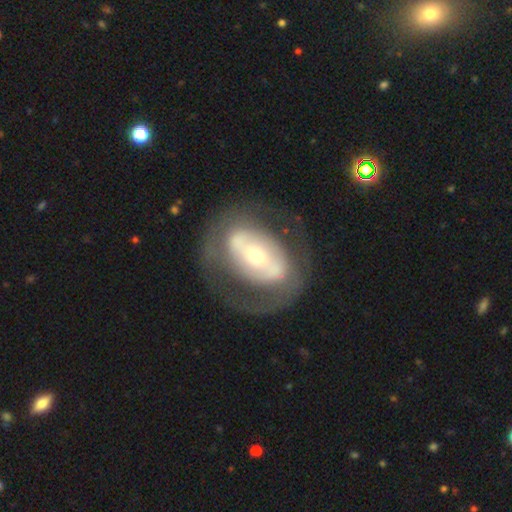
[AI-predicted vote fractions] This appears to be a featured or disk galaxy (73%) with a strong bar (40%), spiral arms (53%) and a moderate central bulge (46%). Merging: none (66%).